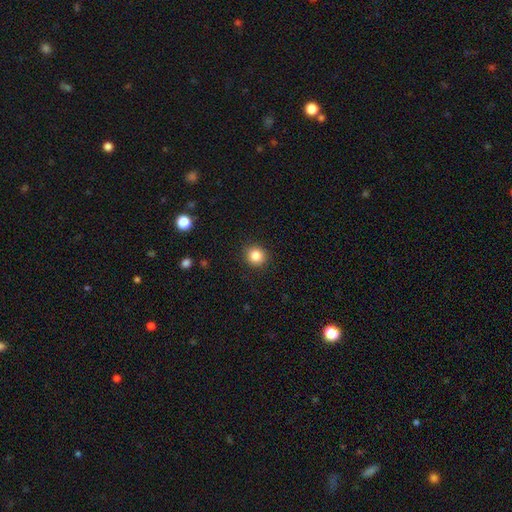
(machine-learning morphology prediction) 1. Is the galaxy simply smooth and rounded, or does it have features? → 85% smooth, 10% star or artifact, 5% featured or disk.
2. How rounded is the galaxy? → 91% round, 8% in between, 1% cigar-shaped.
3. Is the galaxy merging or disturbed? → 91% none, 6% minor disturbance, 2% major disturbance, 1% merger.